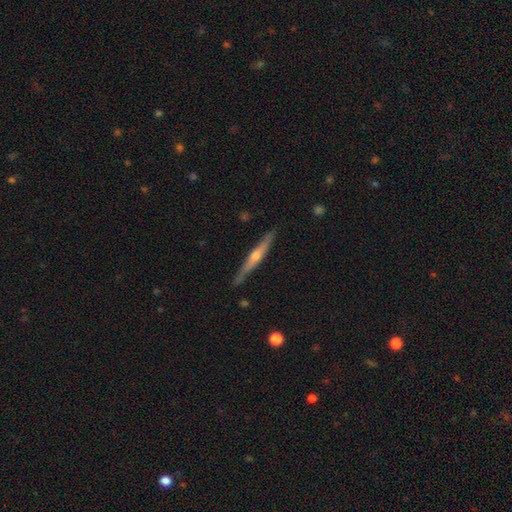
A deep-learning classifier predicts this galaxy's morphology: A featured or disk galaxy (74%) viewed edge-on (97%) with a rounded central bulge (83%). Merging: none (88%).